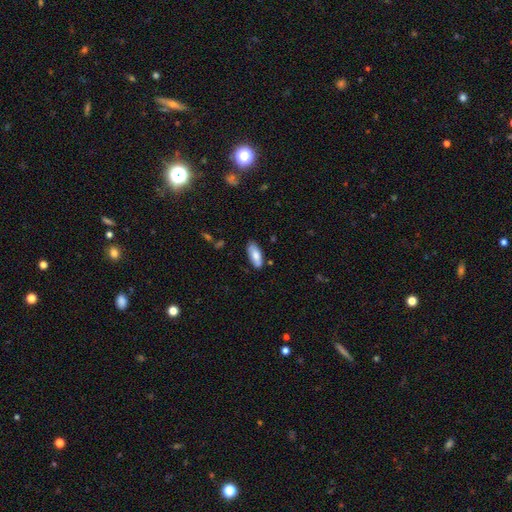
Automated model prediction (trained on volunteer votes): Smooth or featured? Predicted: smooth (p=0.78). How rounded? Predicted: in between (p=0.79). Merging? Predicted: none (p=0.80).